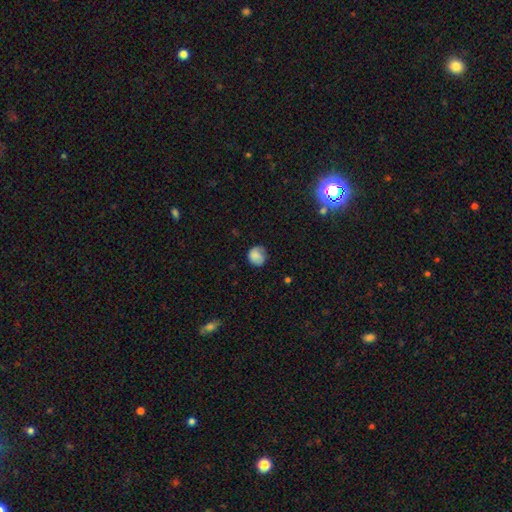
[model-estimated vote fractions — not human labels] Smooth or featured?
  - smooth: 76% *
  - featured or disk: 15%
  - star or artifact: 9%
How rounded?
  - round: 78% *
  - in between: 21%
  - cigar-shaped: 1%
Merging?
  - none: 62% *
  - minor disturbance: 27%
  - major disturbance: 9%
  - merger: 2%